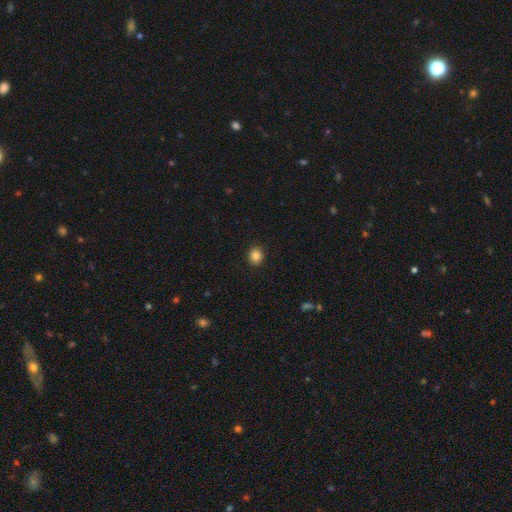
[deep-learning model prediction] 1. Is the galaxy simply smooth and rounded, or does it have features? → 86% smooth, 10% star or artifact, 4% featured or disk.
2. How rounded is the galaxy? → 71% round, 28% in between, 1% cigar-shaped.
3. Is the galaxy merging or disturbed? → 91% none, 6% minor disturbance, 2% major disturbance, 1% merger.